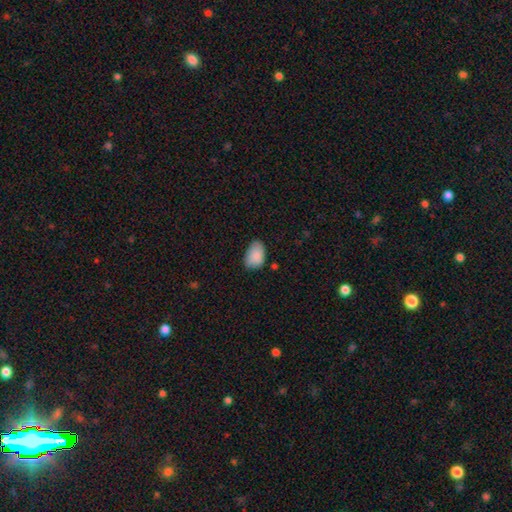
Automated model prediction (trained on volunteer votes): Morphology: type=smooth (87%); roundness=in between (88%); merging=none (65%).